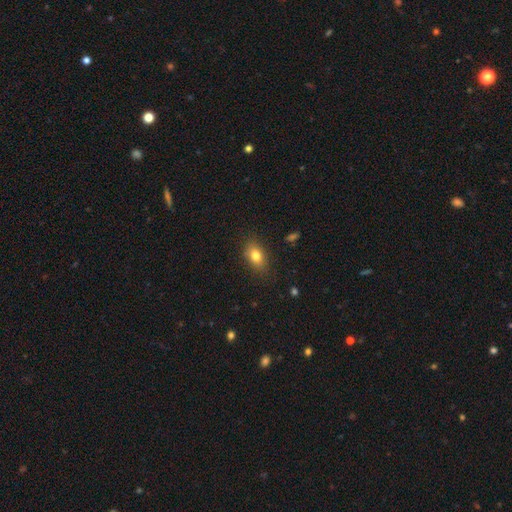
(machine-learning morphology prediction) A smooth galaxy with no disk features (79%) that is in between round and cigar-shaped (78%).

Vote fractions:
- Smooth or featured? smooth: 79% / featured or disk: 11% / star or artifact: 10%
- How rounded? in between: 78% / round: 19% / cigar-shaped: 3%
- Merging? none: 81% / minor disturbance: 14% / major disturbance: 3% / merger: 1%